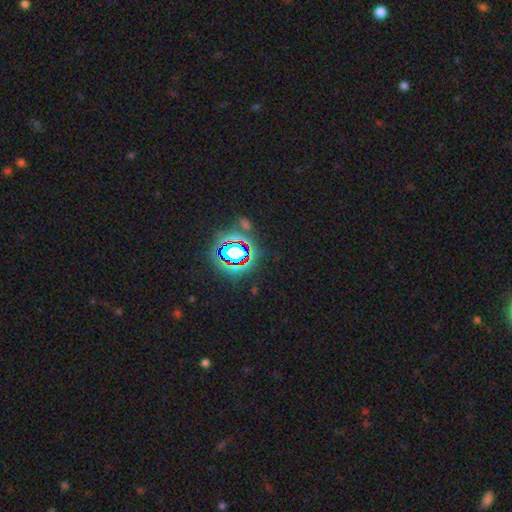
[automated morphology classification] Smooth or featured? star or artifact (79%)